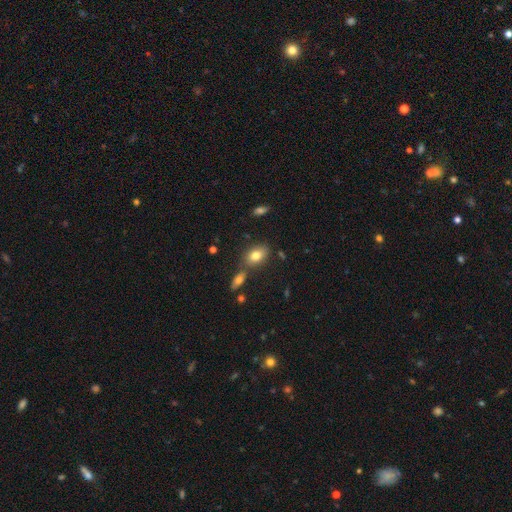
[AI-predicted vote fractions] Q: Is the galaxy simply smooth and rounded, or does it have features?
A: smooth — 79%.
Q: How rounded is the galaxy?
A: in between — 84%.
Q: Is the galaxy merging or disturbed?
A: none — 67%.